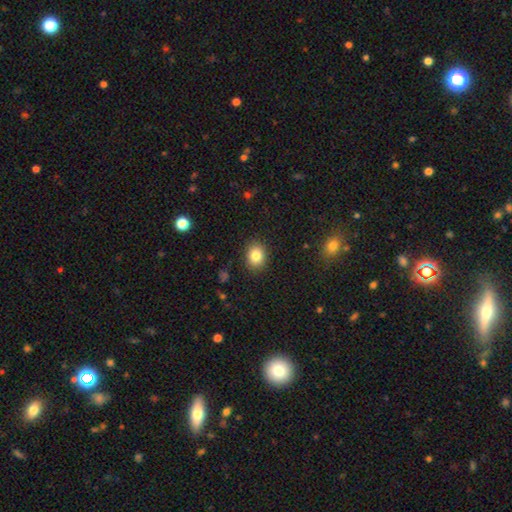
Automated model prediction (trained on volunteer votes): smooth 83%, star or artifact 10%, featured or disk 7%. Down the decision tree: how rounded — round (51%); merging — none (88%).